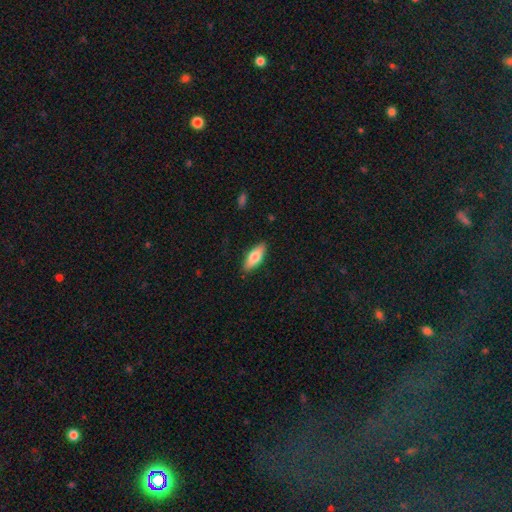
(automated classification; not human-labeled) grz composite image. It shows a smooth galaxy with no disk features (72%) that is in between round and cigar-shaped (70%). Merging: none (88%).